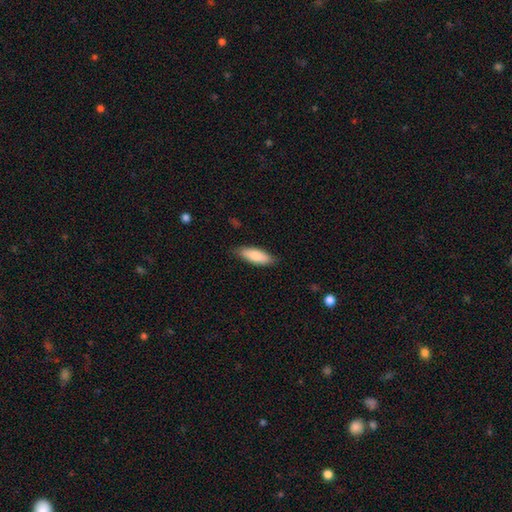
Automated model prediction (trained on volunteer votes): A smooth galaxy with no disk features (84%) that is in between round and cigar-shaped (66%).

Vote fractions:
- Smooth or featured? smooth: 84% / featured or disk: 11% / star or artifact: 6%
- How rounded? in between: 66% / cigar-shaped: 33% / round: 2%
- Merging? none: 83% / minor disturbance: 14% / major disturbance: 2% / merger: 1%